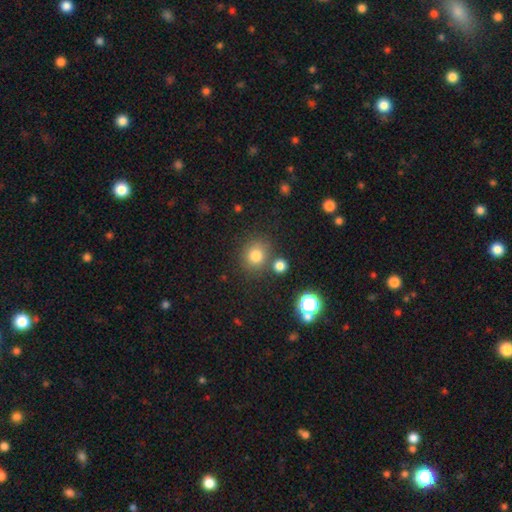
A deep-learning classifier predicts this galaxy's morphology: smooth_or_featured: smooth (p=0.79) [alt: star or artifact p=0.14]
how_rounded: round (p=0.84) [alt: in between p=0.15]
merging: none (p=0.75) [alt: merger p=0.11]